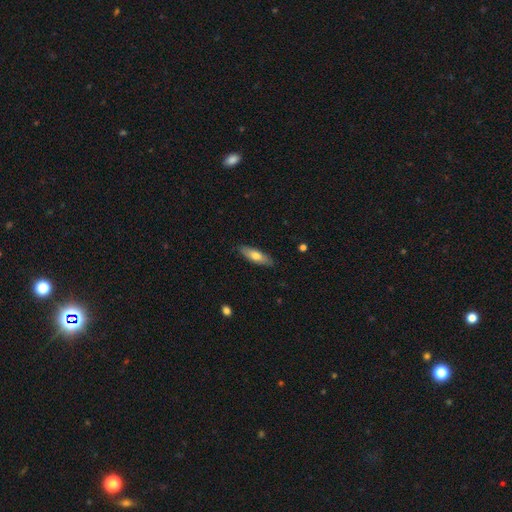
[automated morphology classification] smooth_or_featured: smooth (p=0.66) [alt: featured or disk p=0.28]
how_rounded: in between (p=0.54) [alt: cigar-shaped p=0.44]
merging: none (p=0.86) [alt: minor disturbance p=0.11]